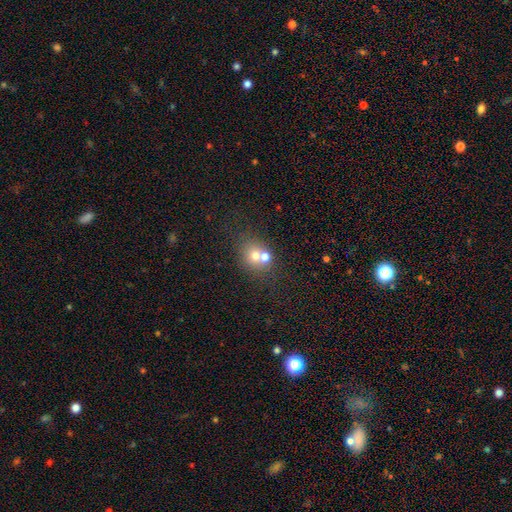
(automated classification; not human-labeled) Smooth or featured?
  - smooth: 66% *
  - featured or disk: 20%
  - star or artifact: 14%
How rounded?
  - round: 71% *
  - in between: 28%
  - cigar-shaped: 1%
Merging?
  - merger: 52% *
  - none: 38%
  - minor disturbance: 7%
  - major disturbance: 3%